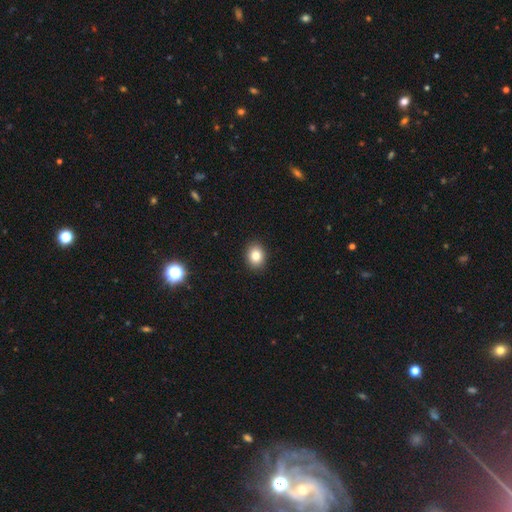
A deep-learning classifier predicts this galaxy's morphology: Smooth or featured?
  - smooth: 83% *
  - star or artifact: 10%
  - featured or disk: 7%
How rounded?
  - in between: 52% *
  - round: 47%
  - cigar-shaped: 1%
Merging?
  - none: 90% *
  - minor disturbance: 7%
  - major disturbance: 2%
  - merger: 1%